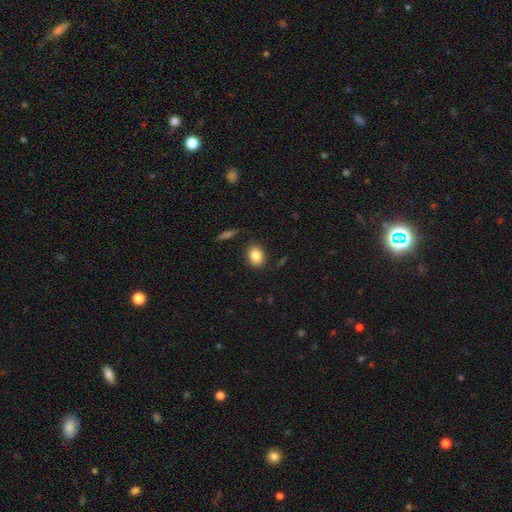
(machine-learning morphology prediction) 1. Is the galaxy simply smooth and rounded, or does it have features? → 84% smooth, 8% star or artifact, 7% featured or disk.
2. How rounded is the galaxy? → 64% in between, 34% round, 1% cigar-shaped.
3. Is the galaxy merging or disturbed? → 85% none, 10% minor disturbance, 3% major disturbance, 2% merger.